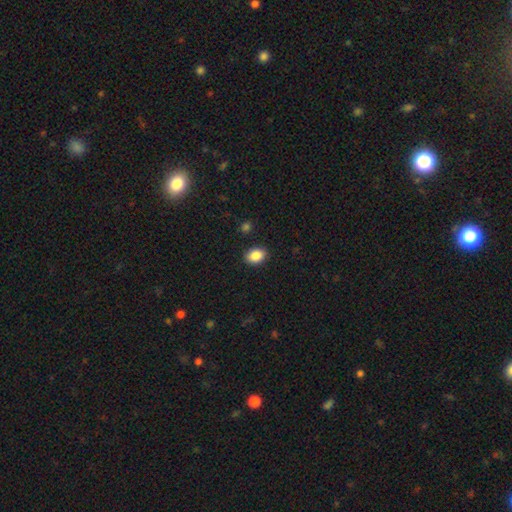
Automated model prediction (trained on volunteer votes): smooth_or_featured: smooth (p=0.88) [alt: star or artifact p=0.08]
how_rounded: in between (p=0.75) [alt: round p=0.24]
merging: none (p=0.88) [alt: minor disturbance p=0.09]